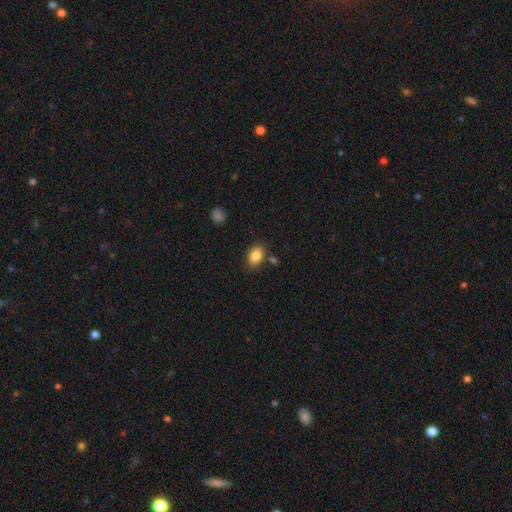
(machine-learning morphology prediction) The model was most divided on "merging": none: 79%, minor disturbance: 12%, merger: 6%, major disturbance: 3%. More confident: smooth or featured — smooth (85%); how rounded — in between (85%).